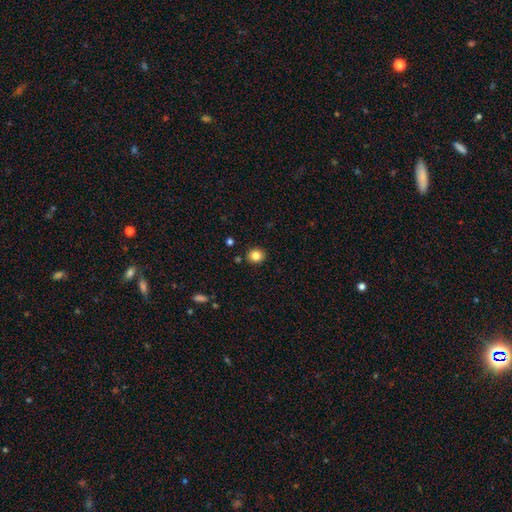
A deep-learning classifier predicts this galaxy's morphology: Overall: smooth (83%). How rounded: round (78%). Merging: none (89%).